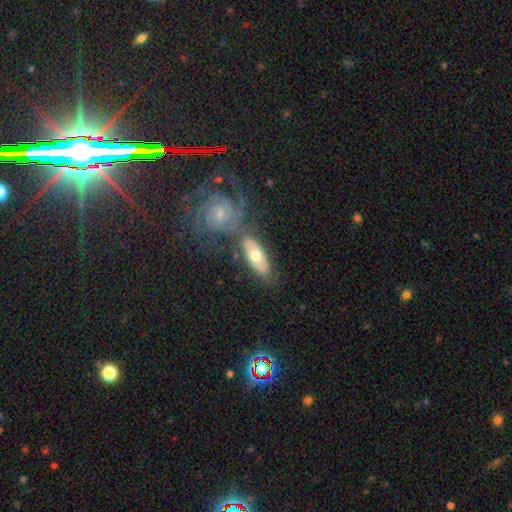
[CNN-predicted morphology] Overall: featured or disk (52%; smooth 42%). Edge-on disk: no (81%). Merging: none (58%; merger 23%).